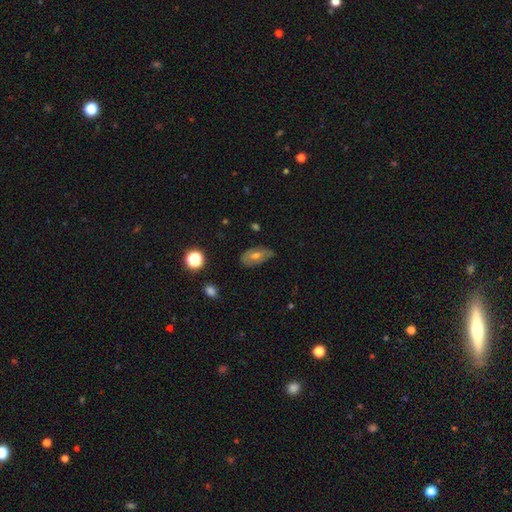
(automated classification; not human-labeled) Smooth or featured? featured or disk (45%)
Merging? none (70%)